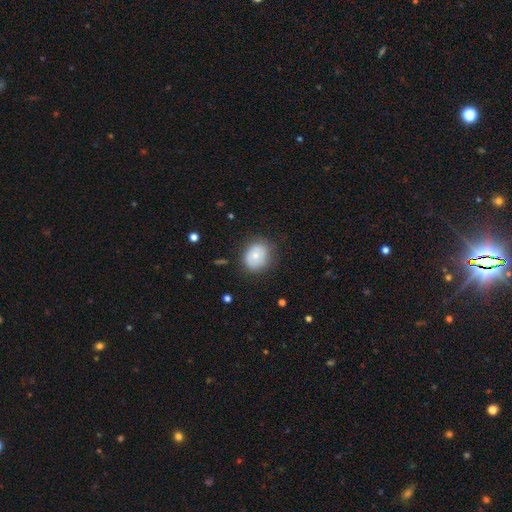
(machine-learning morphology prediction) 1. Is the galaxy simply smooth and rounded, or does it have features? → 73% smooth, 19% featured or disk, 8% star or artifact.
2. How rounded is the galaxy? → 50% in between, 49% round, 1% cigar-shaped.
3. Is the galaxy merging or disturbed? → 73% none, 20% minor disturbance, 6% major disturbance, 1% merger.